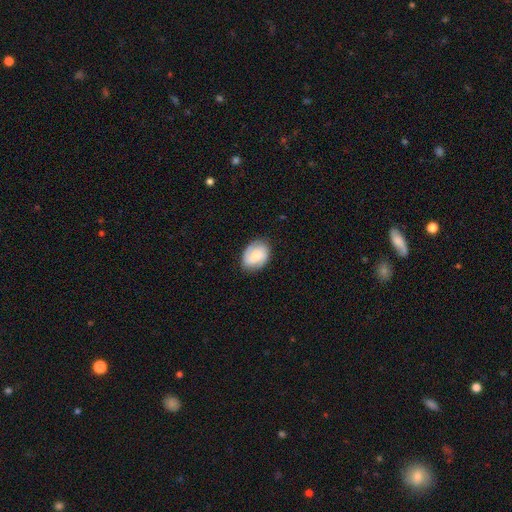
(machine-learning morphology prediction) Q: Smooth or featured?
A: smooth (53%); runner-up: featured or disk (40%)
Q: How rounded?
A: in between (77%); runner-up: round (22%)
Q: Merging?
A: none (82%); runner-up: minor disturbance (14%)